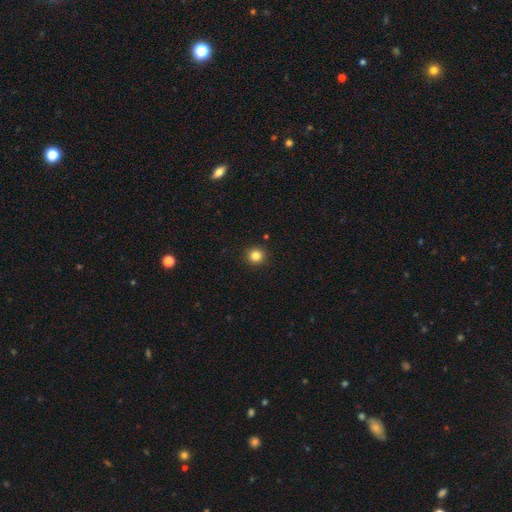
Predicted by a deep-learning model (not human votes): The model was most divided on "smooth or featured": smooth: 83%, star or artifact: 12%, featured or disk: 5%. More confident: how rounded — round (93%); merging — none (92%).